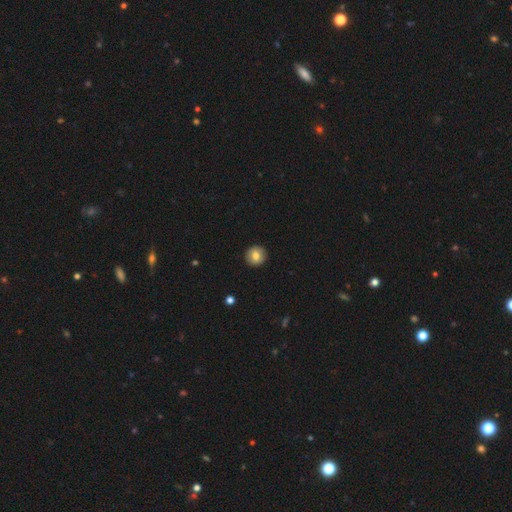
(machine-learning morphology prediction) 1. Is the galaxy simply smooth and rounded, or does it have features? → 77% smooth, 14% featured or disk, 8% star or artifact.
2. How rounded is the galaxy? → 94% round, 5% in between, 1% cigar-shaped.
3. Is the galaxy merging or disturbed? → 92% none, 6% minor disturbance, 2% major disturbance, 1% merger.